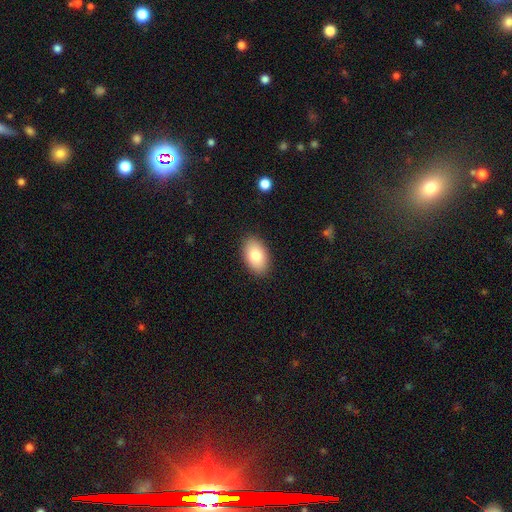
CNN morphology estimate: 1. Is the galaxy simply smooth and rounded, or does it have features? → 82% smooth, 11% featured or disk, 7% star or artifact.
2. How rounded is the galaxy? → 93% in between, 6% round, 1% cigar-shaped.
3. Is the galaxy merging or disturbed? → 89% none, 8% minor disturbance, 2% major disturbance, 1% merger.